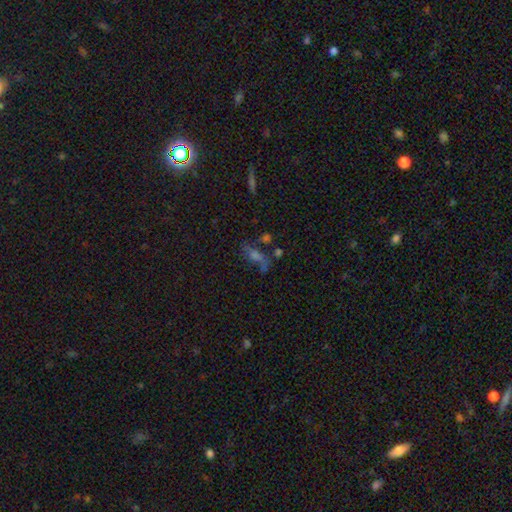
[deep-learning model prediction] Smooth or featured?
  - featured or disk: 41% *
  - smooth: 33%
  - star or artifact: 26%
Merging?
  - none: 50% *
  - minor disturbance: 18%
  - major disturbance: 17%
  - merger: 15%